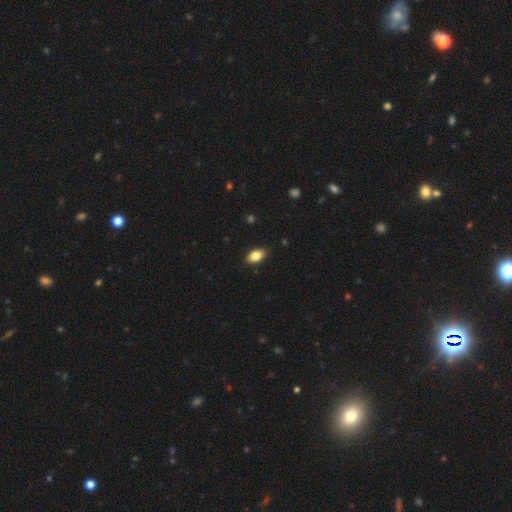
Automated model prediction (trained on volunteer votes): Morphology: type=smooth (85%); roundness=in between (90%); merging=none (89%).